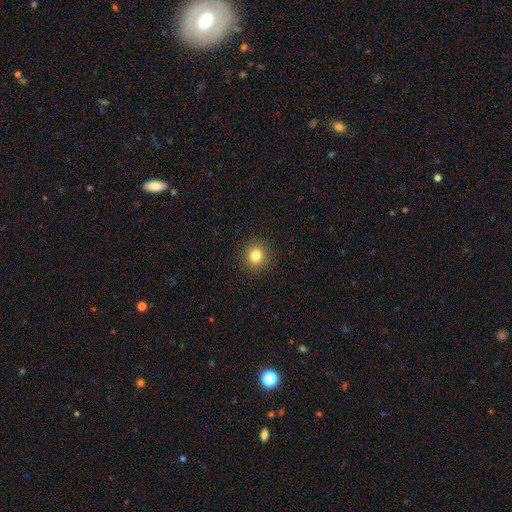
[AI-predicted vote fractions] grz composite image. It shows a smooth galaxy with no disk features (82%) that is round (89%). Merging: none (91%).